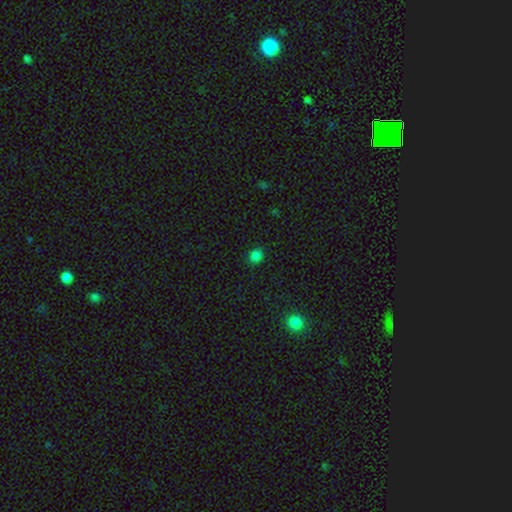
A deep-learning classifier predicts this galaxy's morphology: smooth-or-featured: smooth: 80% | star or artifact: 17% | featured or disk: 3%
  how-rounded: round: 78% | in between: 21% | cigar-shaped: 1%
  merging: none: 87% | minor disturbance: 9% | major disturbance: 2% | merger: 1%